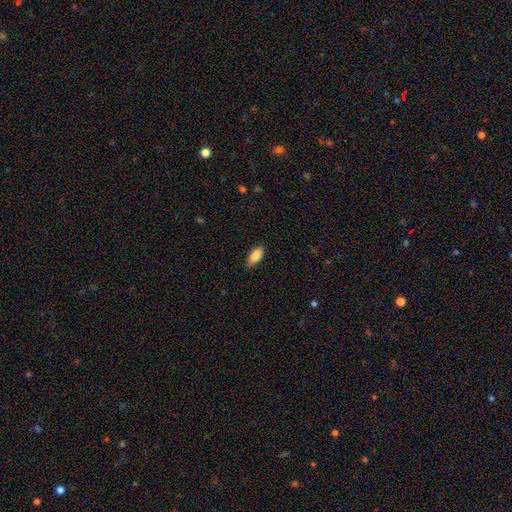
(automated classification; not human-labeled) Smooth or featured: smooth — 87% (star or artifact — 6%)
How rounded: in between — 87% (cigar-shaped — 11%)
Merging: none — 85% (minor disturbance — 12%)